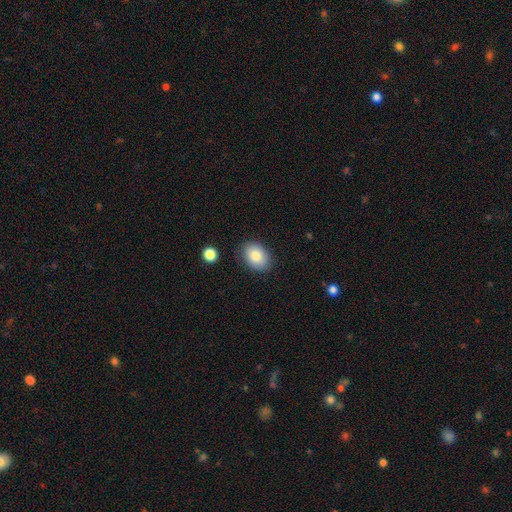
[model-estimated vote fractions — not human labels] A smooth galaxy with no disk features (84%) that is in between round and cigar-shaped (77%).

Vote fractions:
- Smooth or featured? smooth: 84% / featured or disk: 9% / star or artifact: 8%
- How rounded? in between: 77% / round: 22% / cigar-shaped: 1%
- Merging? none: 85% / minor disturbance: 11% / major disturbance: 3% / merger: 2%